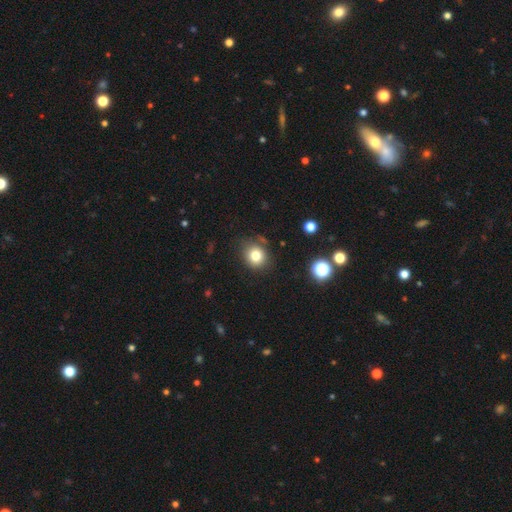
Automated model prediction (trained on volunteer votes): The model was most divided on "smooth or featured": smooth: 78%, star or artifact: 13%, featured or disk: 8%. More confident: how rounded — round (83%); merging — none (80%).